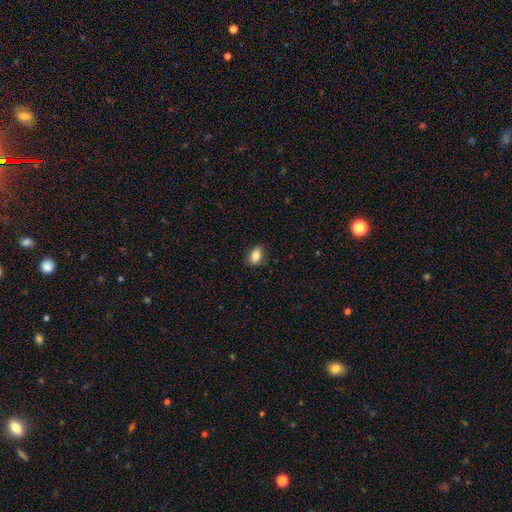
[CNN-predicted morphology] A smooth galaxy with no disk features (86%) that is in between round and cigar-shaped (85%).

Vote fractions:
- Smooth or featured? smooth: 86% / star or artifact: 8% / featured or disk: 6%
- How rounded? in between: 85% / round: 12% / cigar-shaped: 3%
- Merging? none: 83% / minor disturbance: 14% / major disturbance: 3% / merger: 1%